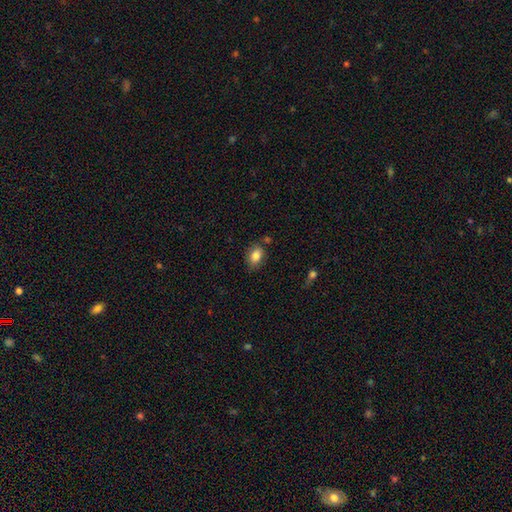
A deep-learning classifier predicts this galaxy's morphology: This appears to be a smooth galaxy with no disk features (83%) that is in between round and cigar-shaped (81%). Merging: none (76%).